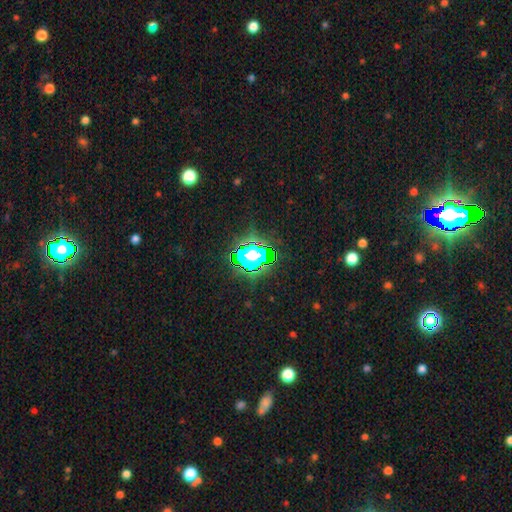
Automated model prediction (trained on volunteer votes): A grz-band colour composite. It shows a star or artifact, not a galaxy (81%).